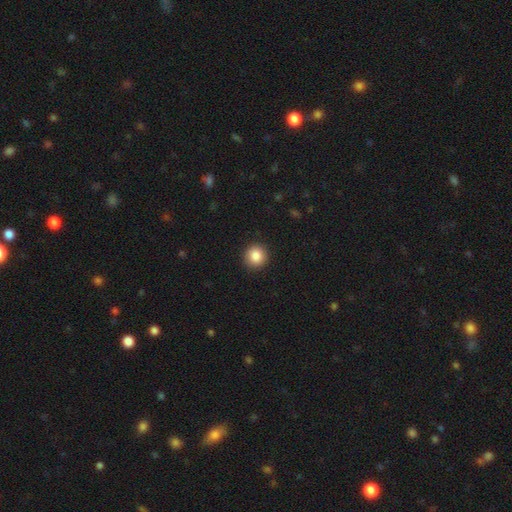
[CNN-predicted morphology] Smooth or featured? smooth (86%)
How rounded? round (93%)
Merging? none (92%)